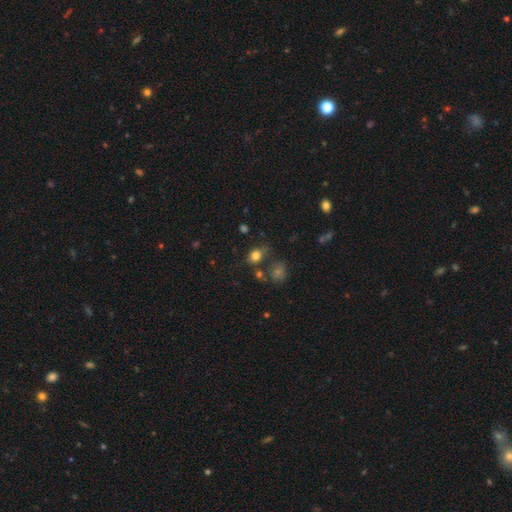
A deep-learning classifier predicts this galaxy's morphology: Smooth or featured?
  - smooth: 79% *
  - star or artifact: 13%
  - featured or disk: 8%
How rounded?
  - round: 50% *
  - in between: 48%
  - cigar-shaped: 1%
Merging?
  - none: 66% *
  - minor disturbance: 18%
  - merger: 9%
  - major disturbance: 7%